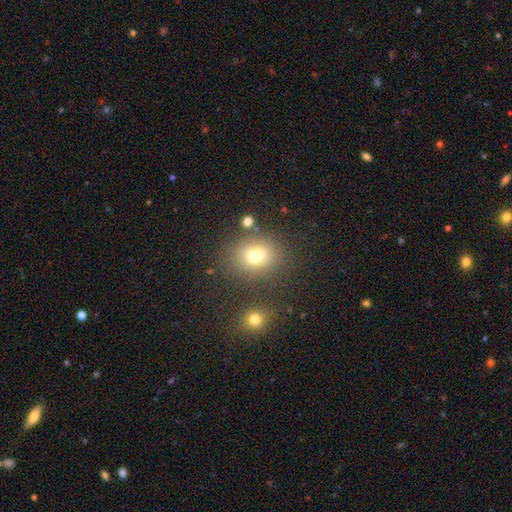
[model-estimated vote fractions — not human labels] Overall: smooth (75%). How rounded: round (65%; in between 34%). Merging: none (76%).